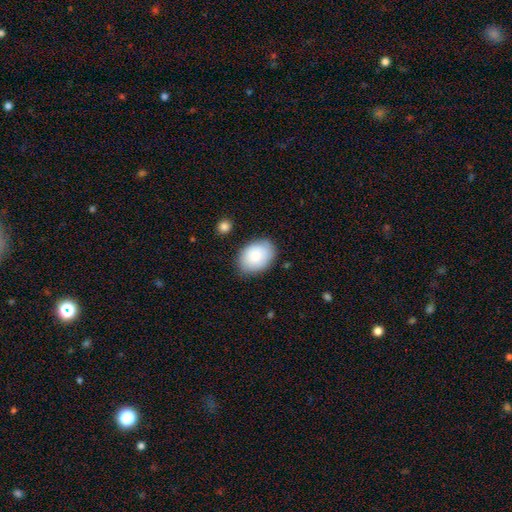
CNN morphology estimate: Smooth or featured? smooth (83%)
How rounded? in between (80%)
Merging? none (80%)